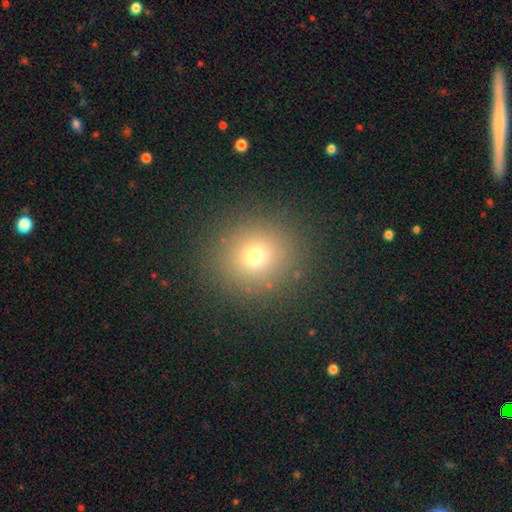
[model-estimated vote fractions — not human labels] Smooth or featured?
  - smooth: 71% *
  - star or artifact: 19%
  - featured or disk: 10%
How rounded?
  - round: 91% *
  - in between: 8%
  - cigar-shaped: 1%
Merging?
  - none: 89% *
  - minor disturbance: 6%
  - major disturbance: 3%
  - merger: 1%